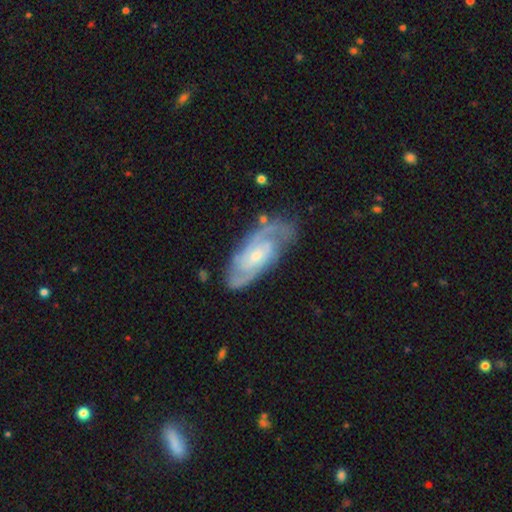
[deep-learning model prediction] Smooth or featured?
  - featured or disk: 87% *
  - smooth: 8%
  - star or artifact: 5%
Edge-on disk?
  - no: 95% *
  - yes: 5%
Bar?
  - no: 50% *
  - weak: 40%
  - strong: 10%
Spiral arms?
  - yes: 97% *
  - no: 3%
Spiral winding?
  - tight: 56% *
  - medium: 37%
  - loose: 7%
Spiral arm count?
  - 2: 64% *
  - 3: 15%
  - can't tell: 12%
  - 4: 3%
  - 1: 3%
  - more than 4: 3%
Bulge size?
  - small: 61% *
  - moderate: 33%
  - none: 3%
  - large: 2%
  - dominant: 1%
Merging?
  - none: 76% *
  - minor disturbance: 17%
  - major disturbance: 5%
  - merger: 2%